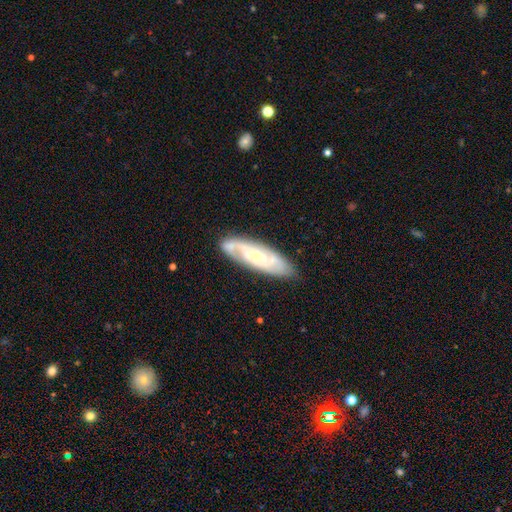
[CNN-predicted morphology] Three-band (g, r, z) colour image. It shows a featured or disk galaxy (72%) with no bar (62%), 2 (42%) tight (52%) spiral arms (92%) and a small central bulge (66%). Merging: none (77%).